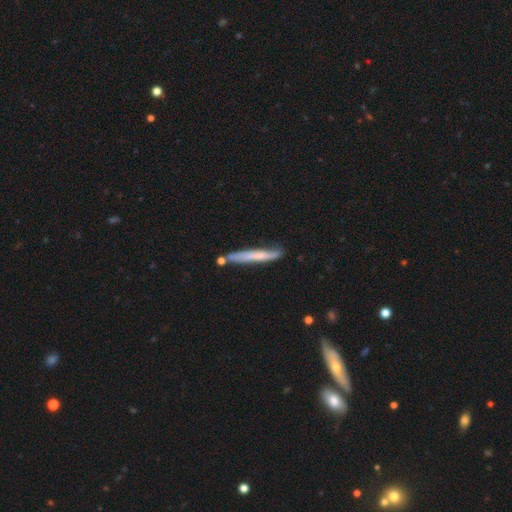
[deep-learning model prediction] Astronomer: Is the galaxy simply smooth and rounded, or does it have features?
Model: smooth — 53% (runner-up: featured or disk, 40%).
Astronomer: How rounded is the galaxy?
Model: cigar-shaped — 96%.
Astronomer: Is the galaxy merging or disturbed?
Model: none — 68%.